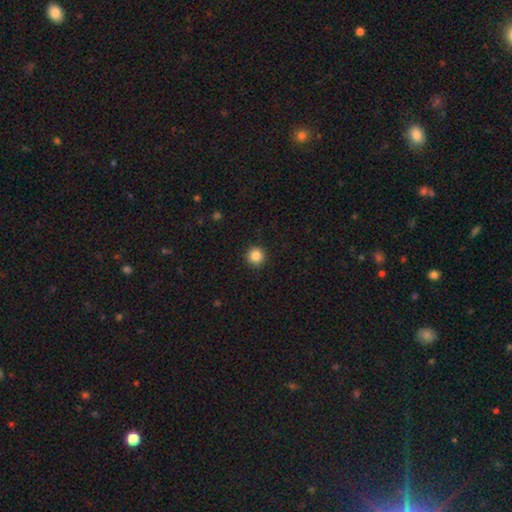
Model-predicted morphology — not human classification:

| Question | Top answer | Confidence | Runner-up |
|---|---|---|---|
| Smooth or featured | smooth | 86% | star or artifact (10%) |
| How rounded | round | 96% | in between (4%) |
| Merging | none | 92% | minor disturbance (5%) |